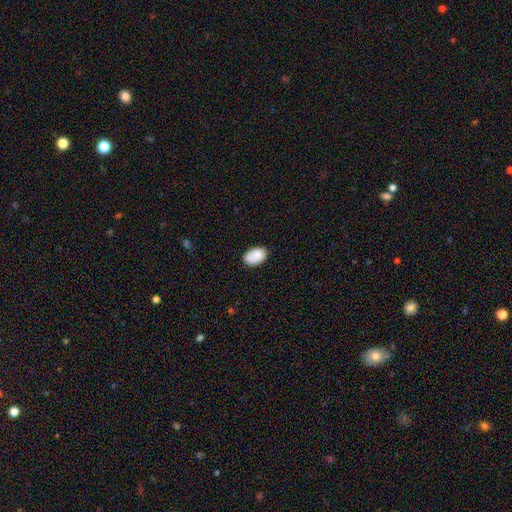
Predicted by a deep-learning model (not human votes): This appears to be a smooth galaxy with no disk features (81%) that is in between round and cigar-shaped (88%). Merging: none (69%).